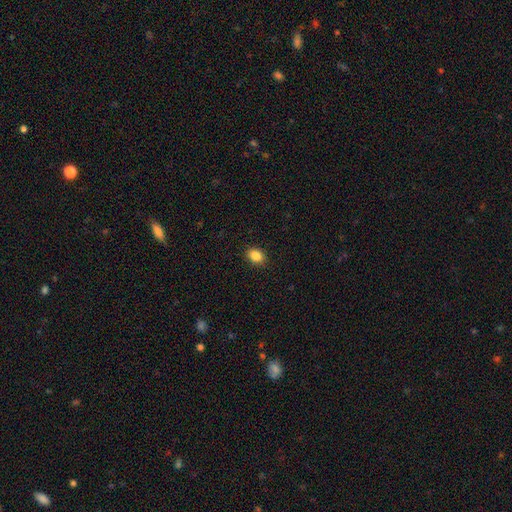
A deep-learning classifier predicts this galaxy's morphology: Smooth or featured?
  - smooth: 87% *
  - star or artifact: 9%
  - featured or disk: 4%
How rounded?
  - in between: 68% *
  - round: 31%
  - cigar-shaped: 1%
Merging?
  - none: 91% *
  - minor disturbance: 7%
  - major disturbance: 2%
  - merger: 1%